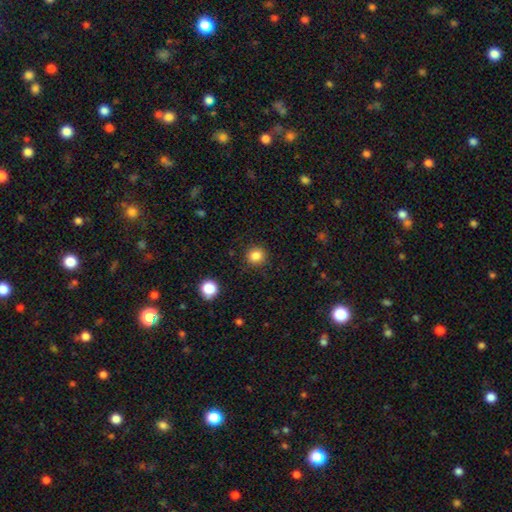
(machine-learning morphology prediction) The model was most divided on "smooth or featured": smooth: 84%, star or artifact: 12%, featured or disk: 5%. More confident: how rounded — round (91%); merging — none (90%).